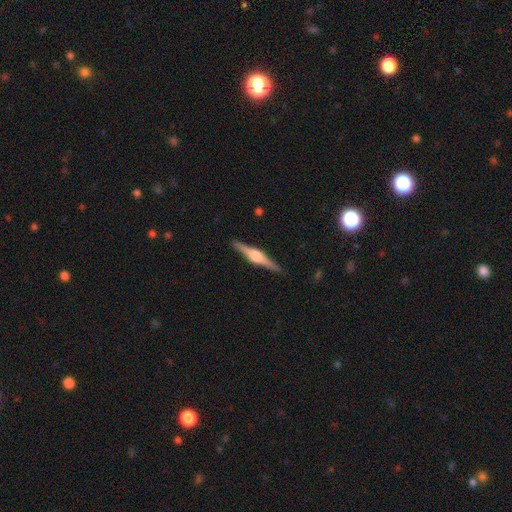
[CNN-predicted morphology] smooth-or-featured: featured or disk: 81% | smooth: 13% | star or artifact: 5%
  disk-edge-on: yes: 98% | no: 2%
    edge-on-bulge: rounded: 84% | boxy: 13% | none: 2%
  merging: none: 91% | minor disturbance: 7% | major disturbance: 1% | merger: 1%